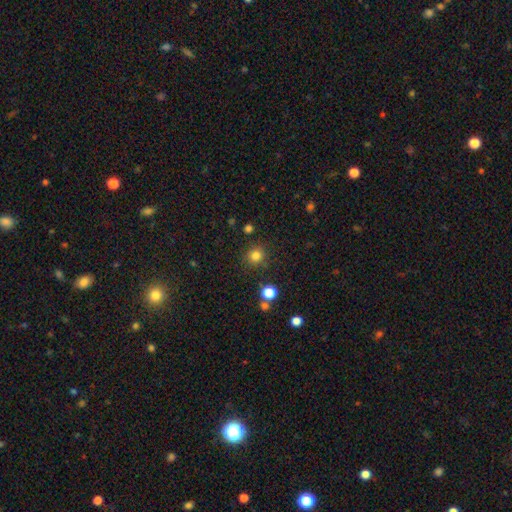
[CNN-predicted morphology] Q: Smooth or featured?
A: smooth (81%); runner-up: star or artifact (14%)
Q: How rounded?
A: round (92%); runner-up: in between (7%)
Q: Merging?
A: none (85%); runner-up: minor disturbance (8%)